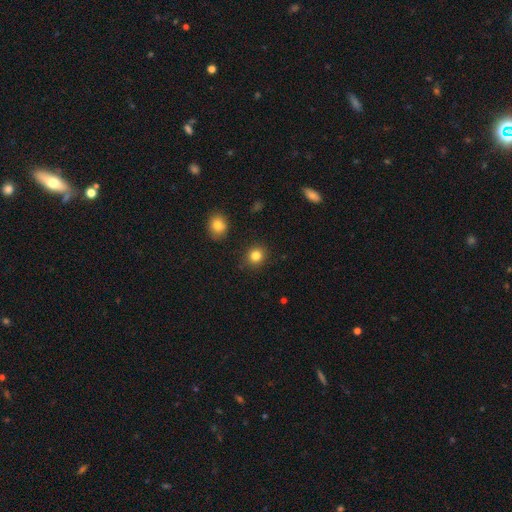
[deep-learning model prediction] Q: Smooth or featured?
A: smooth (83%); runner-up: star or artifact (12%)
Q: How rounded?
A: round (84%); runner-up: in between (15%)
Q: Merging?
A: none (89%); runner-up: minor disturbance (7%)